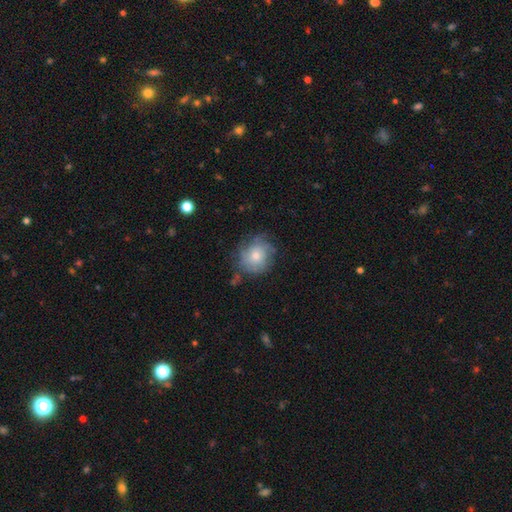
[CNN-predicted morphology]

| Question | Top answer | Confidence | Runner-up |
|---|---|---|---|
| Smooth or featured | smooth | 55% | featured or disk (37%) |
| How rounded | round | 77% | in between (22%) |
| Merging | none | 63% | minor disturbance (24%) |